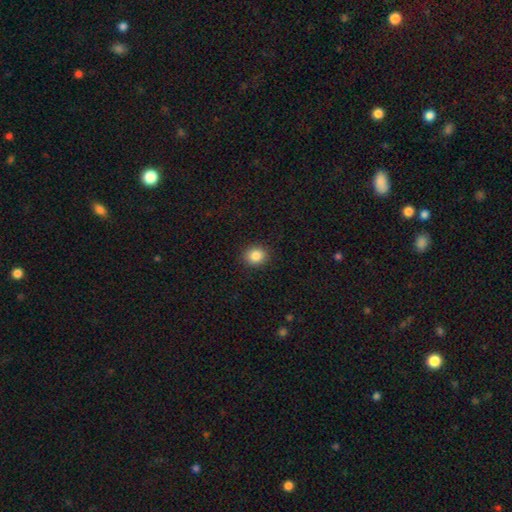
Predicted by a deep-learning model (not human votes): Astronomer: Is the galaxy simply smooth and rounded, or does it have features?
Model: smooth — 86%.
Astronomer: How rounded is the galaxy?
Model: round — 73%.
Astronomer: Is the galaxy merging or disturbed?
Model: none — 90%.